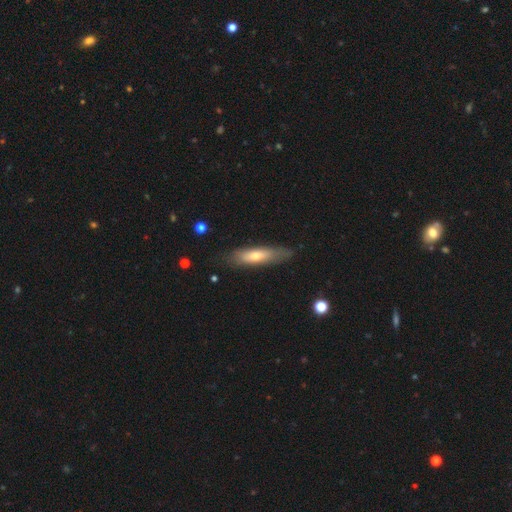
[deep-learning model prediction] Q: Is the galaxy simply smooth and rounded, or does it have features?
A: smooth — 53%.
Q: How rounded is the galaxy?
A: cigar-shaped — 71%.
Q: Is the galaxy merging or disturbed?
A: none — 80%.